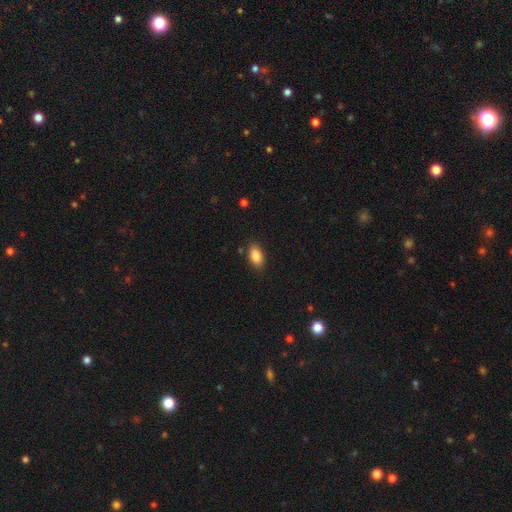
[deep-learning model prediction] Overall: smooth (87%). How rounded: in between (91%). Merging: none (85%).